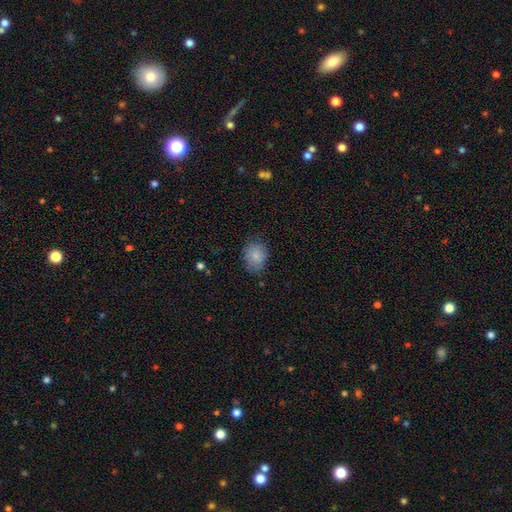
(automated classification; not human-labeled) A smooth galaxy with no disk features (83%) that is in between round and cigar-shaped (50%). Merging: none (74%).